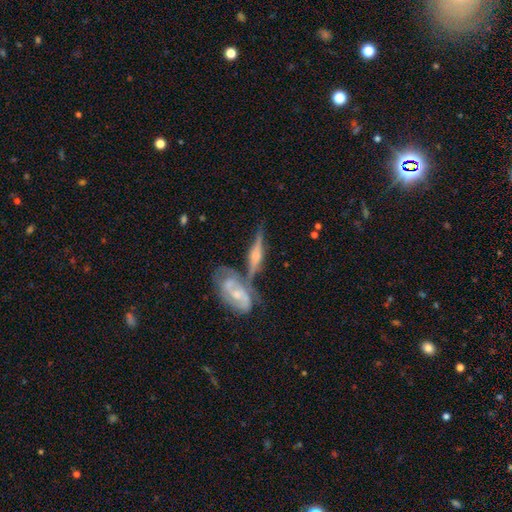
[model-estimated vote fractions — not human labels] featured or disk 76%, smooth 18%, star or artifact 6%. Down the decision tree: edge-on disk — yes (87%); edge-on bulge — rounded (79%); merging — none (45%).